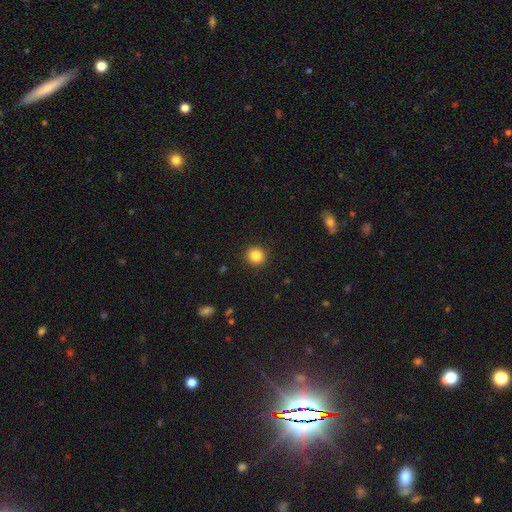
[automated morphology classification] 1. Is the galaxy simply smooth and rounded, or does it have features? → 86% smooth, 10% star or artifact, 4% featured or disk.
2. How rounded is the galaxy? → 90% round, 9% in between, 1% cigar-shaped.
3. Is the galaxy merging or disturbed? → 92% none, 5% minor disturbance, 2% major disturbance, 1% merger.